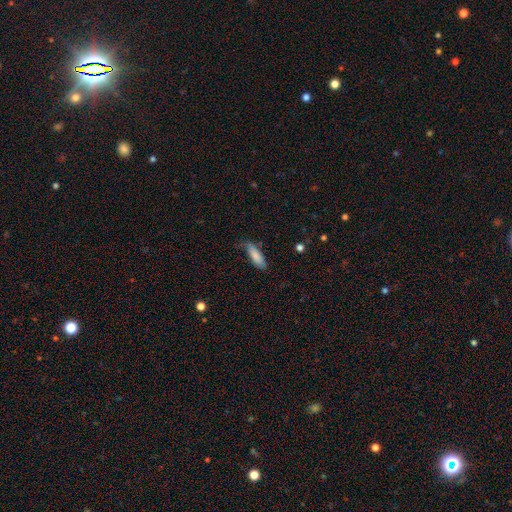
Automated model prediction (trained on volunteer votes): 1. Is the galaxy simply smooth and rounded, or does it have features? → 83% smooth, 11% featured or disk, 6% star or artifact.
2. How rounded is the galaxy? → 50% cigar-shaped, 49% in between, 2% round.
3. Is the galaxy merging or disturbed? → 64% none, 28% minor disturbance, 6% major disturbance, 2% merger.